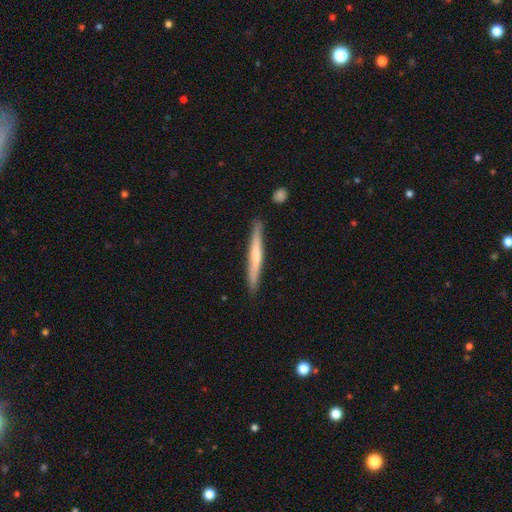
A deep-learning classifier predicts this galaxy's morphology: Overall: featured or disk (48%; smooth 47%). Merging: none (86%).